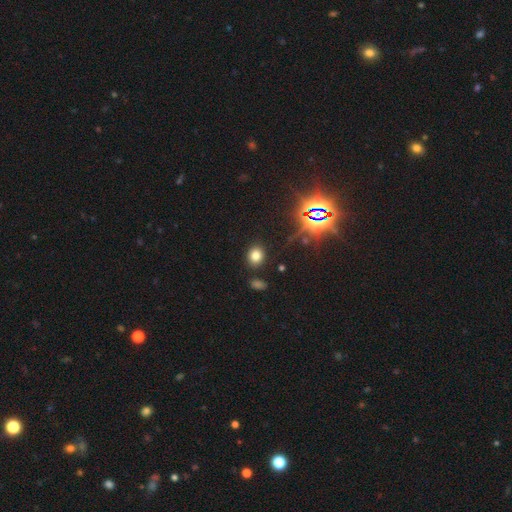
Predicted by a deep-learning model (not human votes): smooth-or-featured: smooth: 74% | star or artifact: 19% | featured or disk: 7%
  how-rounded: round: 57% | in between: 42% | cigar-shaped: 1%
  merging: none: 86% | minor disturbance: 8% | merger: 3% | major disturbance: 3%